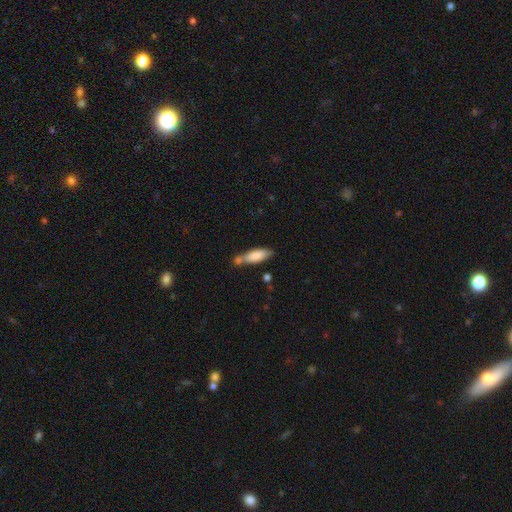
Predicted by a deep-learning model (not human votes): Smooth or featured: smooth — 81% (featured or disk — 12%)
How rounded: in between — 55% (cigar-shaped — 43%)
Merging: none — 53% (merger — 23%)